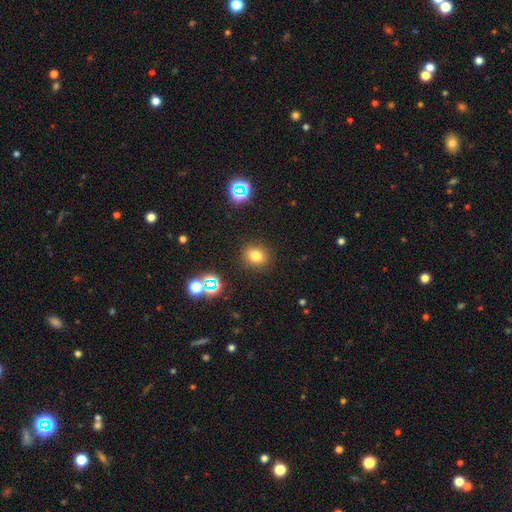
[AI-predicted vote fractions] This is likely a smooth galaxy (75%). How rounded: likely round (73%). Merging: clearly none (88%).